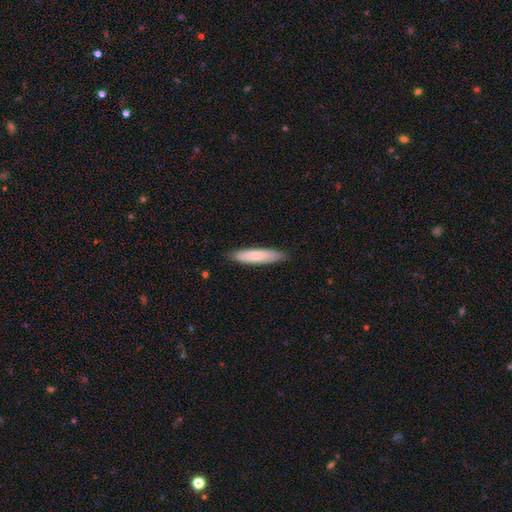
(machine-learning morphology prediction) Smooth or featured: smooth — 74% (featured or disk — 21%)
How rounded: cigar-shaped — 79% (in between — 19%)
Merging: none — 86% (minor disturbance — 11%)